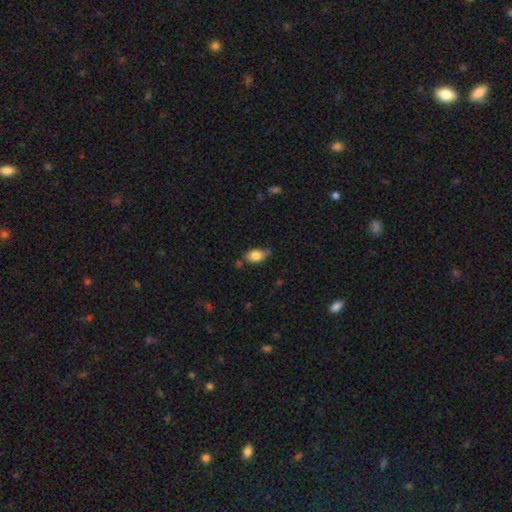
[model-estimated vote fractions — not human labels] smooth-or-featured: smooth: 82% | featured or disk: 11% | star or artifact: 7%
  how-rounded: in between: 89% | round: 8% | cigar-shaped: 3%
  merging: none: 68% | minor disturbance: 22% | merger: 5% | major disturbance: 4%